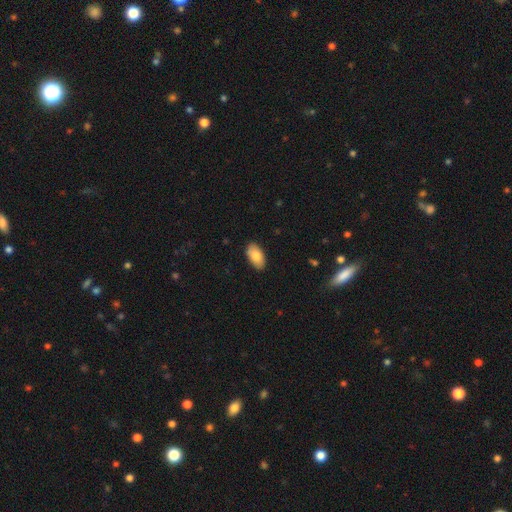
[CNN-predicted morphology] Smooth or featured?
  - smooth: 85% *
  - featured or disk: 9%
  - star or artifact: 6%
How rounded?
  - in between: 95% *
  - round: 3%
  - cigar-shaped: 2%
Merging?
  - none: 88% *
  - minor disturbance: 10%
  - major disturbance: 2%
  - merger: 1%